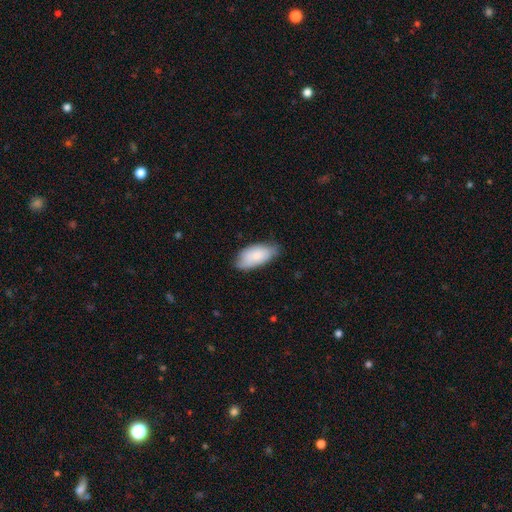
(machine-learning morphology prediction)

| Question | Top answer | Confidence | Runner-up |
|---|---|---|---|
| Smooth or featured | smooth | 83% | featured or disk (12%) |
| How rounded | in between | 93% | cigar-shaped (5%) |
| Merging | none | 70% | minor disturbance (25%) |